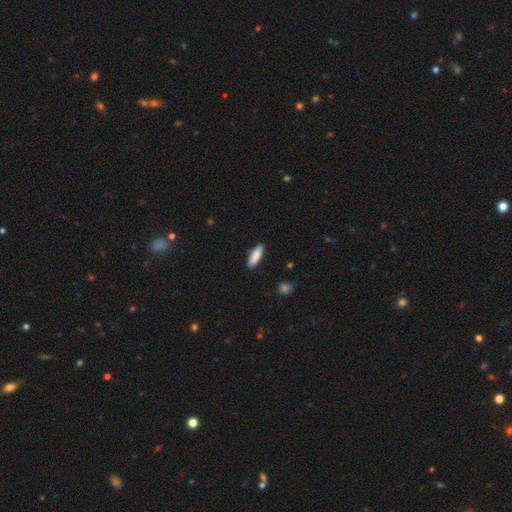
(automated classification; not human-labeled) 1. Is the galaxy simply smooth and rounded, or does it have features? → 85% smooth, 10% featured or disk, 6% star or artifact.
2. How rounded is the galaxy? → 55% in between, 43% cigar-shaped, 2% round.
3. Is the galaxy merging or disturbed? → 87% none, 10% minor disturbance, 2% major disturbance, 1% merger.